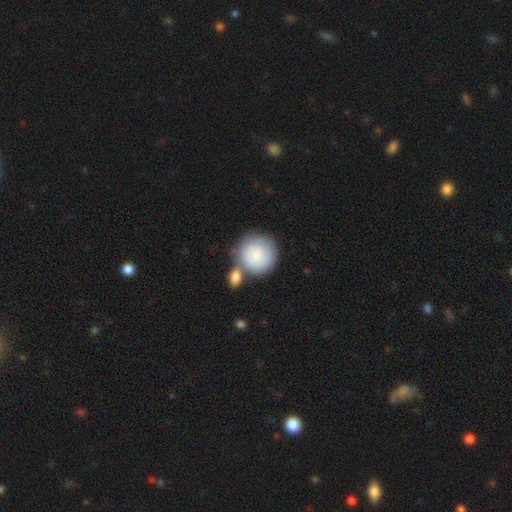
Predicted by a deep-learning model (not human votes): This is clearly a smooth galaxy (84%). How rounded: clearly round (93%). Merging: possibly none (55%).